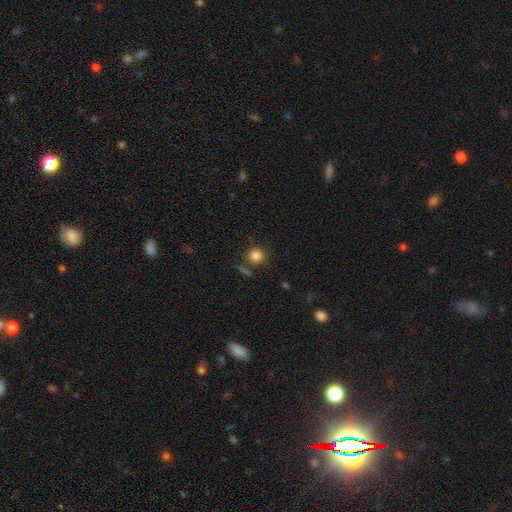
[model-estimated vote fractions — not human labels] Smooth or featured?
  - smooth: 83% *
  - star or artifact: 12%
  - featured or disk: 6%
How rounded?
  - round: 92% *
  - in between: 7%
  - cigar-shaped: 1%
Merging?
  - none: 80% *
  - minor disturbance: 9%
  - merger: 8%
  - major disturbance: 3%